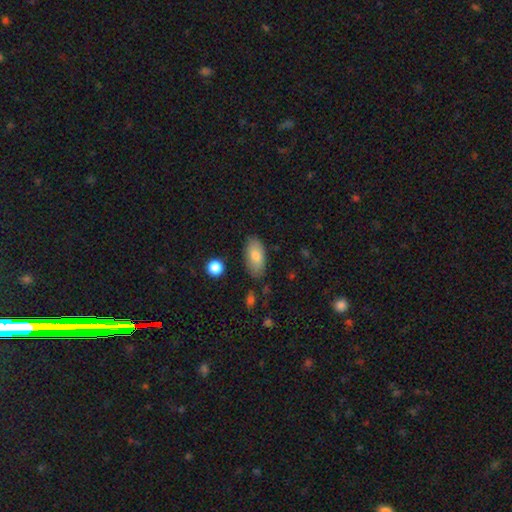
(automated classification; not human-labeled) Smooth or featured? smooth (80%)
How rounded? in between (90%)
Merging? none (81%)